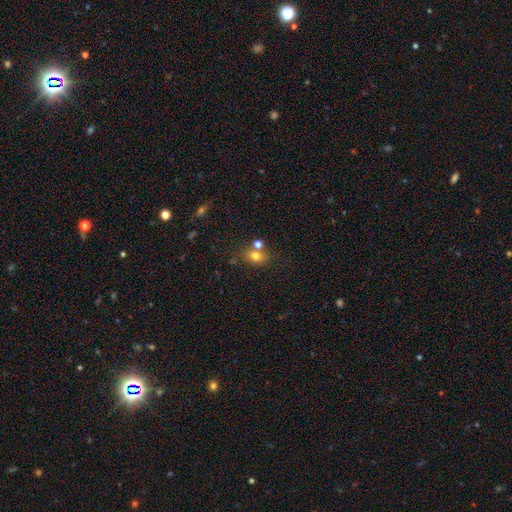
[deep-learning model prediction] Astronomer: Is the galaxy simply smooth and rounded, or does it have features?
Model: smooth — 76%.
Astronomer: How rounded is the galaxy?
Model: in between — 62% (runner-up: round, 37%).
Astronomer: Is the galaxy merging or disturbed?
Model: none — 60%.